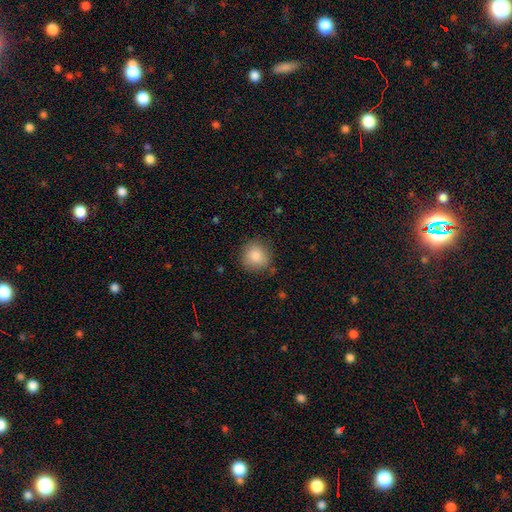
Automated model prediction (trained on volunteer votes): smooth 86%, star or artifact 9%, featured or disk 5%. Down the decision tree: how rounded — round (89%); merging — none (83%).